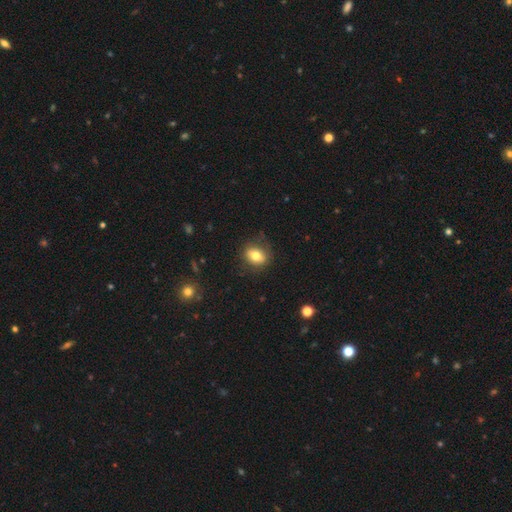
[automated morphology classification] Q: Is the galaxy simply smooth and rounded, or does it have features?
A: smooth — 76%.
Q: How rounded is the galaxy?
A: in between — 61%.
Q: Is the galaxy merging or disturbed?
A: none — 80%.